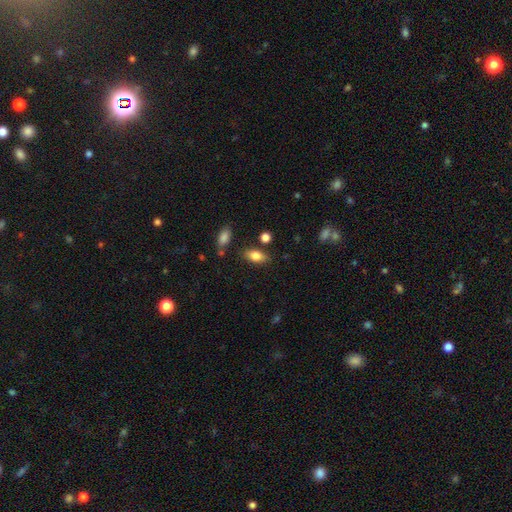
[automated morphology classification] Q: Smooth or featured?
A: smooth (82%); runner-up: featured or disk (10%)
Q: How rounded?
A: in between (87%); runner-up: cigar-shaped (7%)
Q: Merging?
A: none (79%); runner-up: minor disturbance (13%)